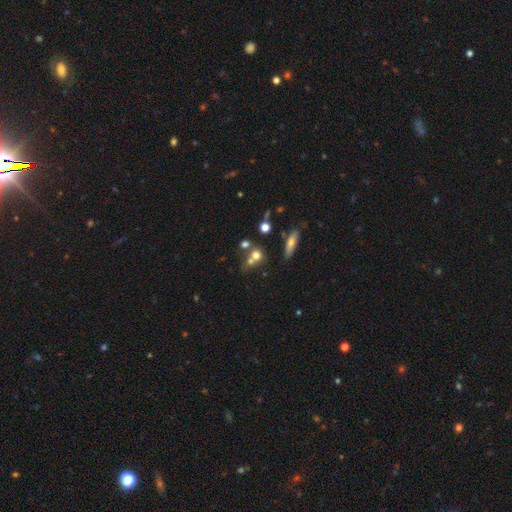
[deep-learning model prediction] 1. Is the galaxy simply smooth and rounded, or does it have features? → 65% smooth, 19% featured or disk, 16% star or artifact.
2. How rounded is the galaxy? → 71% round, 24% in between, 4% cigar-shaped.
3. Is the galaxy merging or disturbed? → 45% merger, 40% none, 9% minor disturbance, 5% major disturbance.